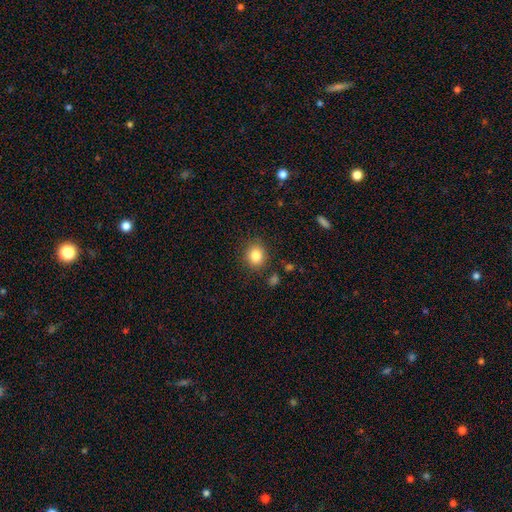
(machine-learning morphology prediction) A smooth galaxy with no disk features (84%) that is round (74%). Merging: none (85%).